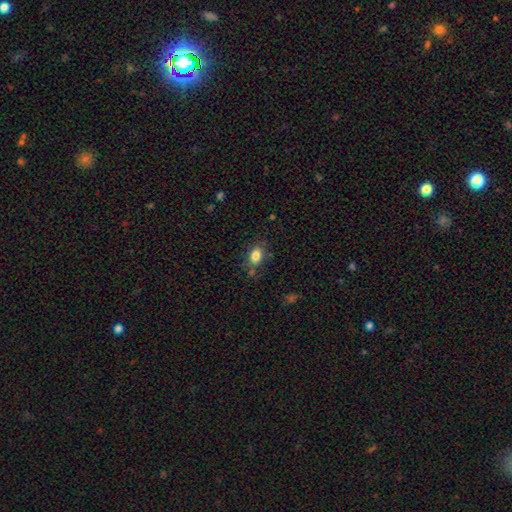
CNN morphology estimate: Smooth or featured? Predicted: smooth (p=0.83). How rounded? Predicted: in between (p=0.81). Merging? Predicted: none (p=0.76).